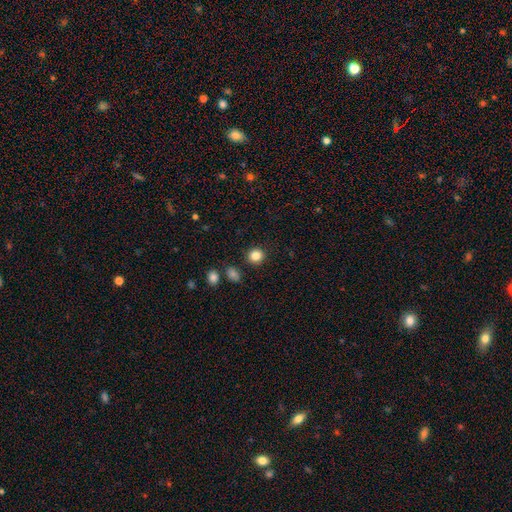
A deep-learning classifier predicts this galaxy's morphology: type=smooth (85%); roundness=round (87%); merging=none (89%).